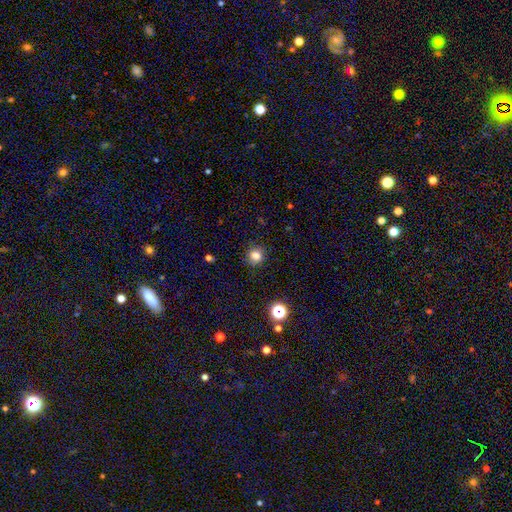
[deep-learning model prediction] Smooth or featured: smooth — 80% (star or artifact — 14%)
How rounded: round — 84% (in between — 15%)
Merging: none — 86% (minor disturbance — 9%)